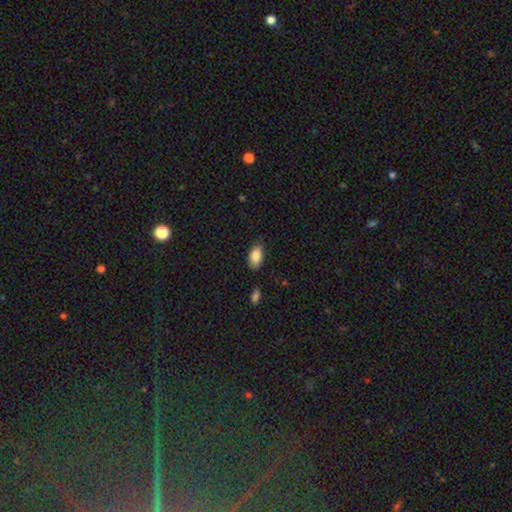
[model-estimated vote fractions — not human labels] Smooth or featured?
  - smooth: 87% *
  - star or artifact: 7%
  - featured or disk: 6%
How rounded?
  - in between: 93% *
  - round: 4%
  - cigar-shaped: 3%
Merging?
  - none: 77% *
  - minor disturbance: 18%
  - major disturbance: 3%
  - merger: 2%